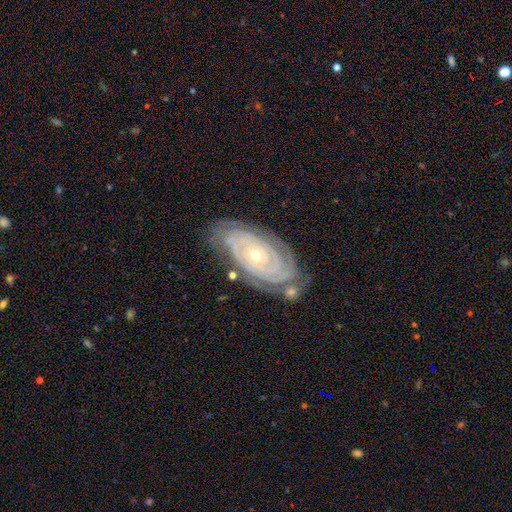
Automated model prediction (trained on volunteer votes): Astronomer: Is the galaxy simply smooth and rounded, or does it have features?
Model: featured or disk — 89%.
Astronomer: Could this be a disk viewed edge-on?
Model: no — 95%.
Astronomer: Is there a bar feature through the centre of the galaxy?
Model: no — 78%.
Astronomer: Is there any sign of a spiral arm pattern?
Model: yes — 97%.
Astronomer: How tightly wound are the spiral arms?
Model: tight — 88%.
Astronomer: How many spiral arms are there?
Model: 2 — 26%, tied with can't tell at 26%.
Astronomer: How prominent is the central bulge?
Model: small — 62%.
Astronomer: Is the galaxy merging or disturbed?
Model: none — 71%.